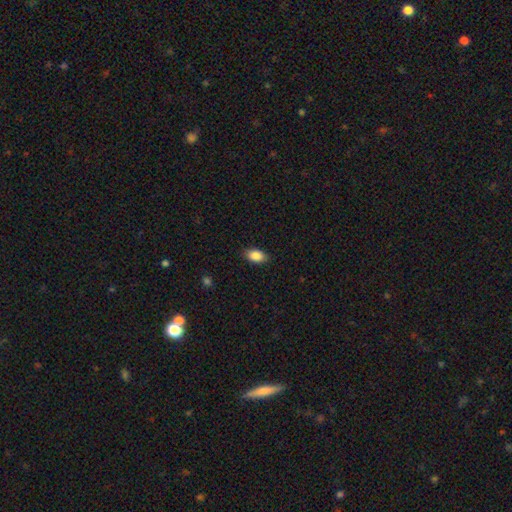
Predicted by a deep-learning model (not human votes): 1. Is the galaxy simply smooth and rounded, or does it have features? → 87% smooth, 7% star or artifact, 5% featured or disk.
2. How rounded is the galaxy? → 91% in between, 7% round, 2% cigar-shaped.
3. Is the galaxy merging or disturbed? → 87% none, 10% minor disturbance, 2% major disturbance, 1% merger.